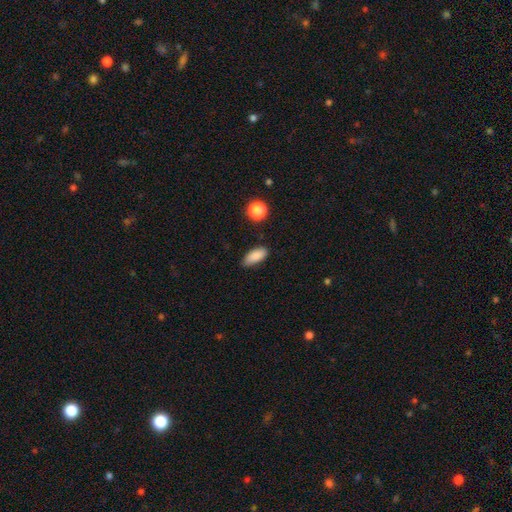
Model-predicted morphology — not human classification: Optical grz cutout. It shows a smooth galaxy with no disk features (86%) that is in between round and cigar-shaped (83%). Merging: none (79%).